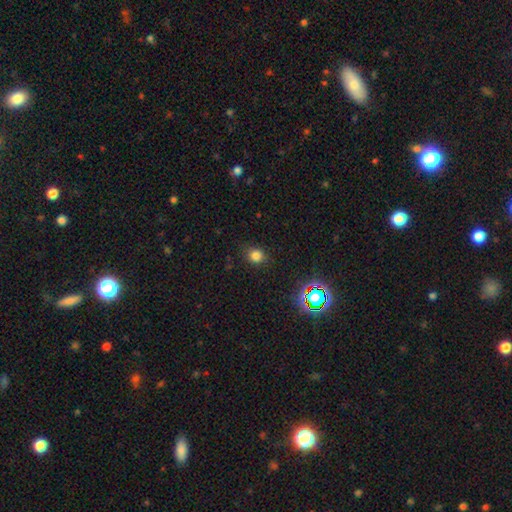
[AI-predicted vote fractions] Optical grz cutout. It shows a smooth galaxy with no disk features (78%) that is round (73%). Merging: none (83%).